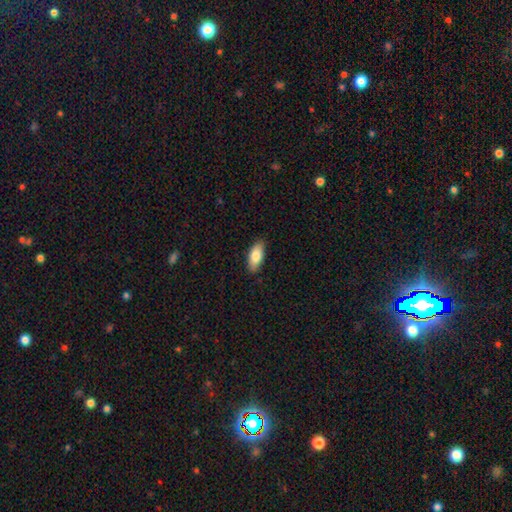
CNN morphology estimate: This is clearly a smooth galaxy (82%). How rounded: clearly in between (87%). Merging: clearly none (86%).